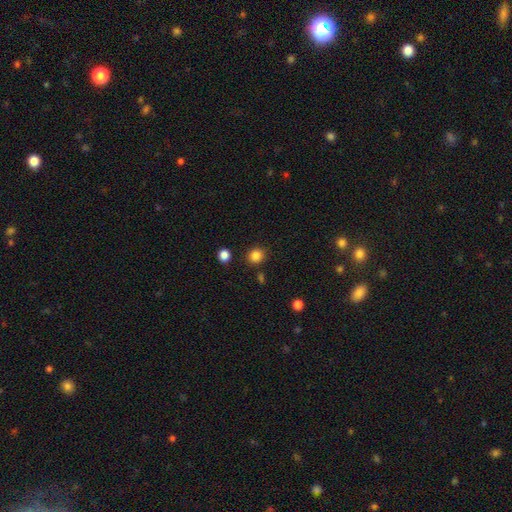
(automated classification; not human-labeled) Q: Smooth or featured?
A: smooth (85%); runner-up: star or artifact (12%)
Q: How rounded?
A: round (86%); runner-up: in between (13%)
Q: Merging?
A: none (86%); runner-up: minor disturbance (7%)